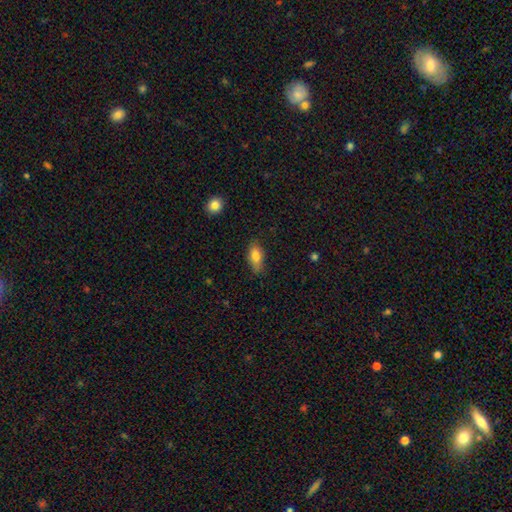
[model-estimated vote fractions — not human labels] This appears to be a smooth galaxy with no disk features (78%) that is in between round and cigar-shaped (81%). Merging: none (80%).